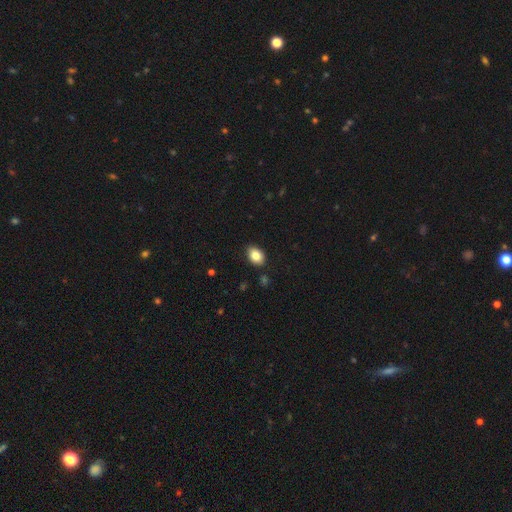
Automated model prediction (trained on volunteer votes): This is clearly a smooth galaxy (85%). How rounded: clearly in between (83%). Merging: clearly none (86%).